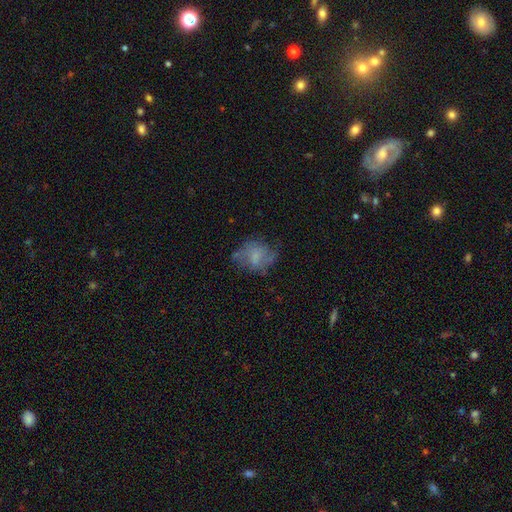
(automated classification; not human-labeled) smooth_or_featured: smooth (p=0.48) [alt: featured or disk p=0.41]
merging: none (p=0.56) [alt: minor disturbance p=0.24]